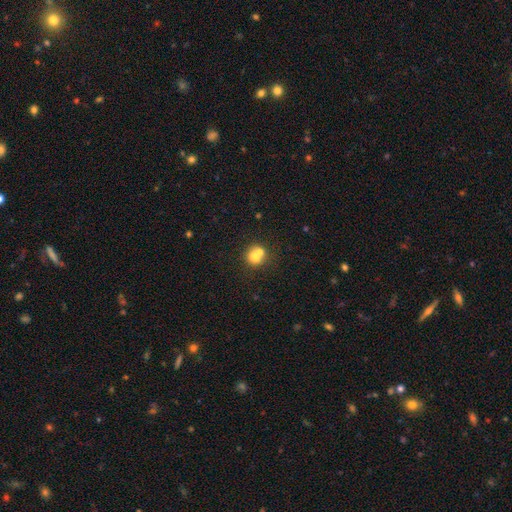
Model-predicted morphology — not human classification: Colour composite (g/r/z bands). It shows a smooth galaxy with no disk features (68%) that is round (83%). Merging: merger (55%).